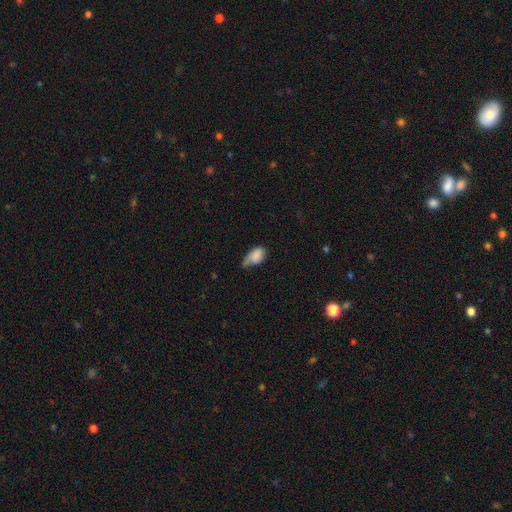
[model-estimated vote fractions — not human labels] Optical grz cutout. It shows a smooth galaxy with no disk features (79%) that is in between round and cigar-shaped (91%). Merging: minor disturbance (41%).